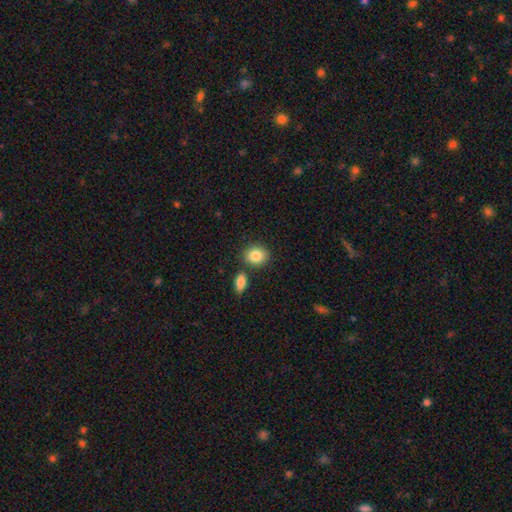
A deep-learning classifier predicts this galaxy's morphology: Smooth or featured? Predicted: smooth (p=0.86). How rounded? Predicted: round (p=0.61). Merging? Predicted: none (p=0.76).